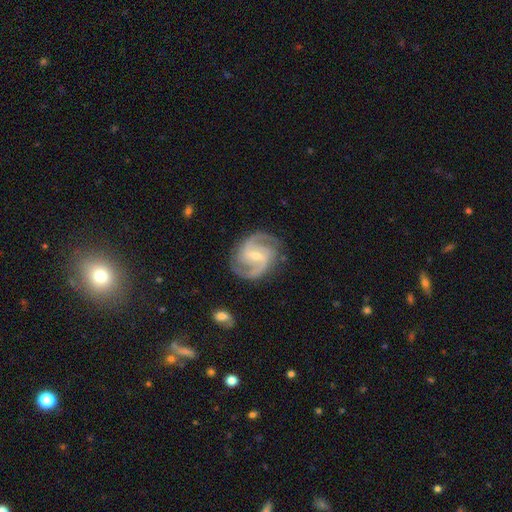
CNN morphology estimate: Q: Smooth or featured?
A: featured or disk (92%); runner-up: star or artifact (4%)
Q: Edge-on disk?
A: no (98%); runner-up: yes (2%)
Q: Bar?
A: weak (51%); runner-up: strong (32%)
Q: Spiral arms?
A: yes (98%); runner-up: no (2%)
Q: Spiral winding?
A: medium (58%); runner-up: tight (29%)
Q: Spiral arm count?
A: 2 (71%); runner-up: 3 (18%)
Q: Bulge size?
A: small (58%); runner-up: moderate (38%)
Q: Merging?
A: none (82%); runner-up: minor disturbance (13%)